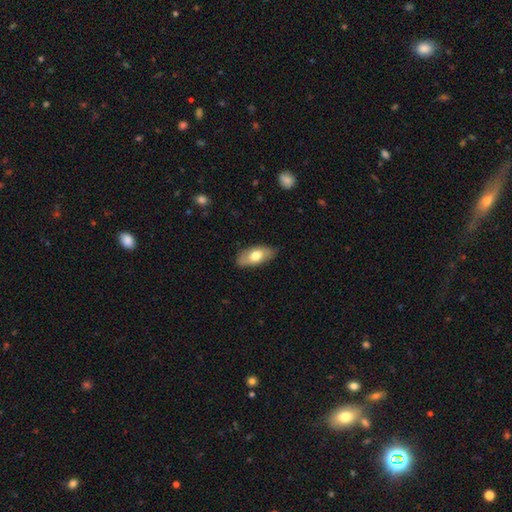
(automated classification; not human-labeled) The model was most divided on "smooth or featured": smooth: 69%, featured or disk: 25%, star or artifact: 6%. More confident: how rounded — in between (88%); merging — none (82%).